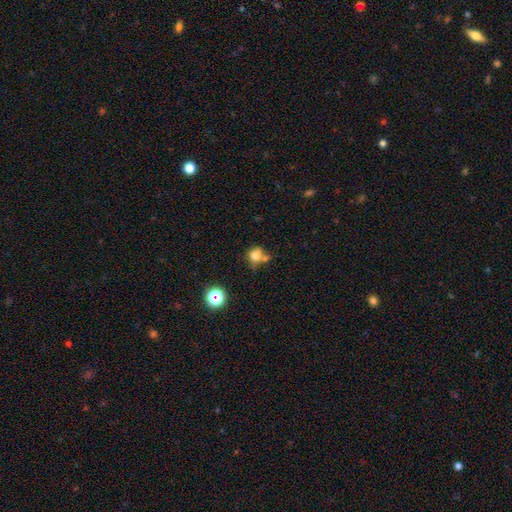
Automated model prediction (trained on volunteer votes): This is likely a smooth galaxy (73%). How rounded: likely round (72%). Merging: marginally none (42%).